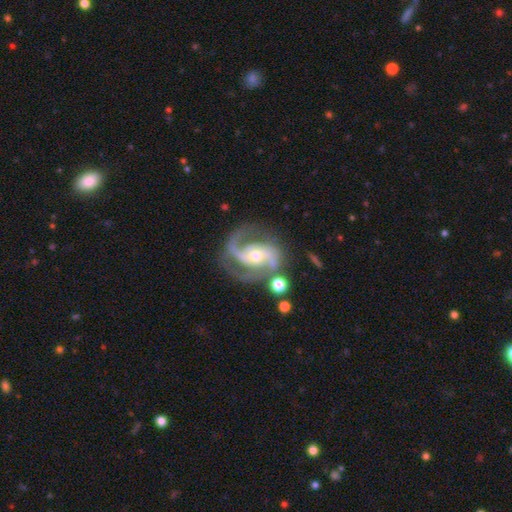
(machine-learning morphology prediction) smooth-or-featured: featured or disk: 92% | star or artifact: 5% | smooth: 3%
  disk-edge-on: no: 98% | yes: 2%
    bar: no: 43% | weak: 36% | strong: 21%
    has-spiral-arms: yes: 98% | no: 2%
      spiral-winding: medium: 60% | tight: 22% | loose: 18%
      spiral-arm-count: 2: 64% | 3: 25% | can't tell: 4% | 1: 3% | 4: 3% | more than 4: 2%
    bulge-size: moderate: 62% | small: 33% | large: 3% | none: 1% | dominant: 1%
  merging: none: 66% | minor disturbance: 18% | major disturbance: 10% | merger: 6%